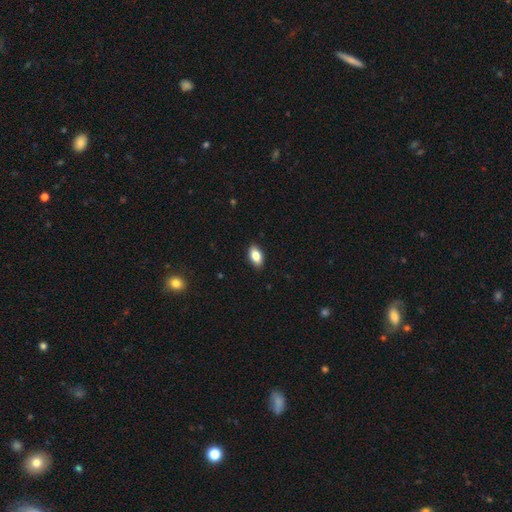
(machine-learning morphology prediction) A smooth galaxy with no disk features (82%) that is in between round and cigar-shaped (91%).

Vote fractions:
- Smooth or featured? smooth: 82% / featured or disk: 10% / star or artifact: 7%
- How rounded? in between: 91% / round: 5% / cigar-shaped: 4%
- Merging? none: 89% / minor disturbance: 8% / major disturbance: 2% / merger: 1%